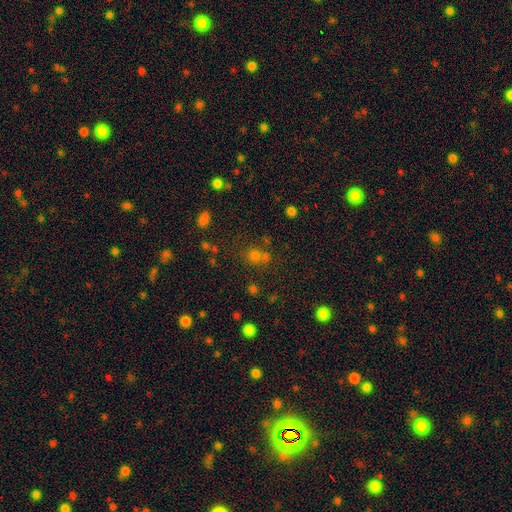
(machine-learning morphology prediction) Smooth or featured? smooth (59%)
How rounded? round (83%)
Merging? none (61%)